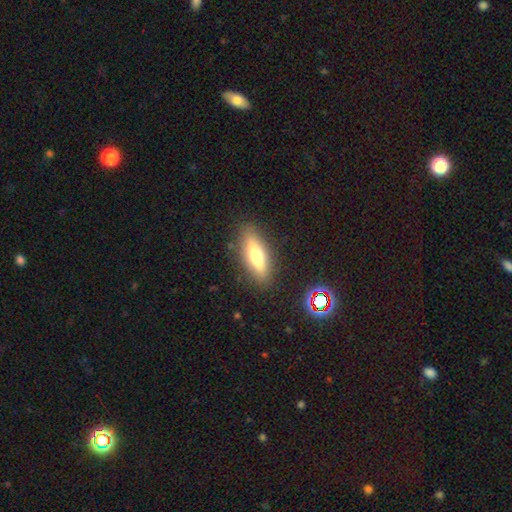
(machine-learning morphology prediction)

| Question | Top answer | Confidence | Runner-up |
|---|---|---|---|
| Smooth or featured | smooth | 56% | featured or disk (36%) |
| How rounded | in between | 52% | cigar-shaped (46%) |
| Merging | none | 86% | minor disturbance (10%) |